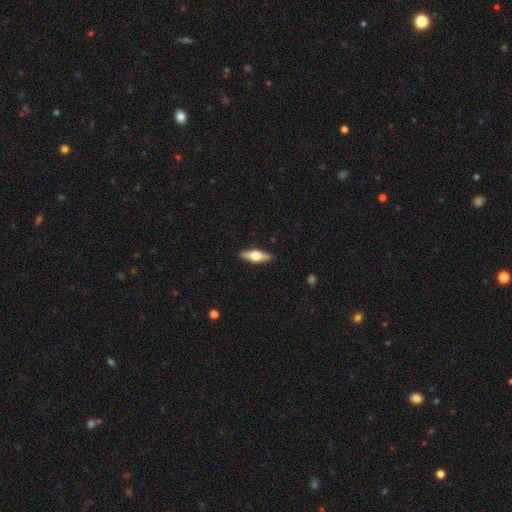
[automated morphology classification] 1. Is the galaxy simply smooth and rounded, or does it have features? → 57% featured or disk, 38% smooth, 6% star or artifact.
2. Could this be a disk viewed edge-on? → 94% yes, 6% no.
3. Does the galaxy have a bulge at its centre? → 95% rounded, 4% boxy, 2% none.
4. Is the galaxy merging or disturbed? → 90% none, 7% minor disturbance, 2% major disturbance, 1% merger.